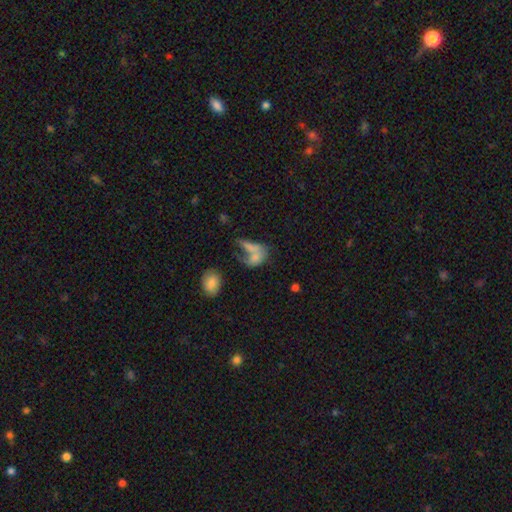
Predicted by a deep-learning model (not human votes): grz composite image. It shows a smooth galaxy with no disk features (66%) that is in between round and cigar-shaped (76%). Merging: merger (49%).